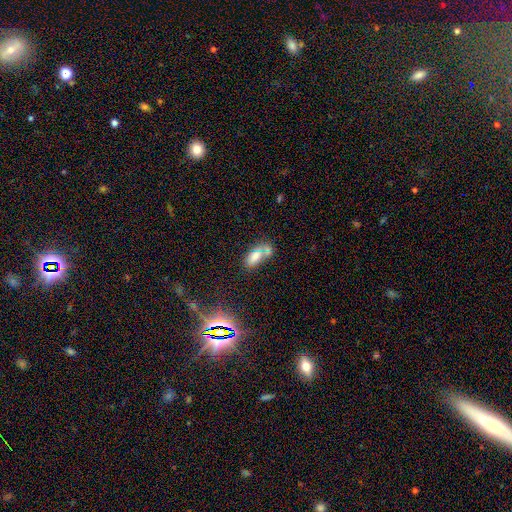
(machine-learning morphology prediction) smooth 64%, featured or disk 20%, star or artifact 16%. Down the decision tree: how rounded — in between (86%); merging — merger (44%).